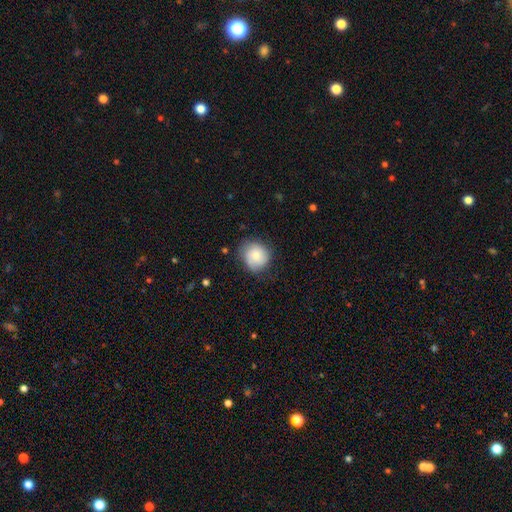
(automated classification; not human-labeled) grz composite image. It shows a smooth galaxy with no disk features (66%) that is round (84%). Merging: none (70%).